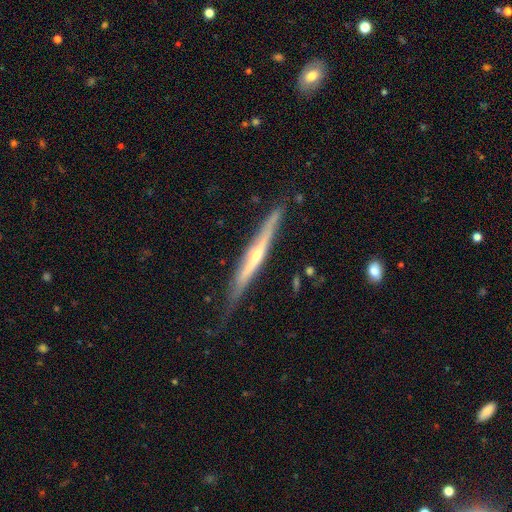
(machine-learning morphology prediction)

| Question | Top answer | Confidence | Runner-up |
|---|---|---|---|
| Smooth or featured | featured or disk | 75% | smooth (20%) |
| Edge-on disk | yes | 96% | no (4%) |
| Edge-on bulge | rounded | 64% | none (31%) |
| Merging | none | 73% | minor disturbance (22%) |